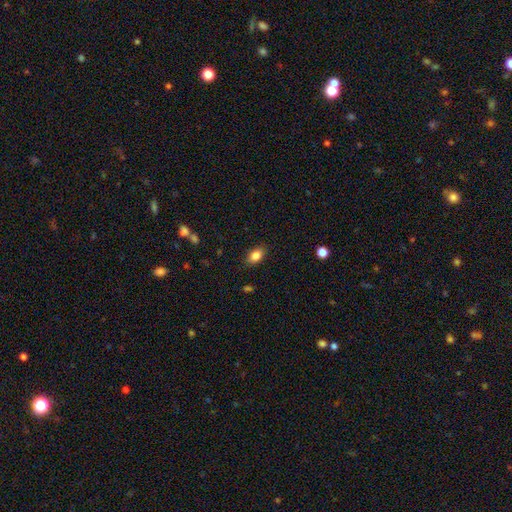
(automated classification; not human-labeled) A smooth galaxy with no disk features (84%) that is in between round and cigar-shaped (85%).

Vote fractions:
- Smooth or featured? smooth: 84% / star or artifact: 9% / featured or disk: 7%
- How rounded? in between: 85% / round: 12% / cigar-shaped: 3%
- Merging? none: 86% / minor disturbance: 10% / major disturbance: 3% / merger: 1%